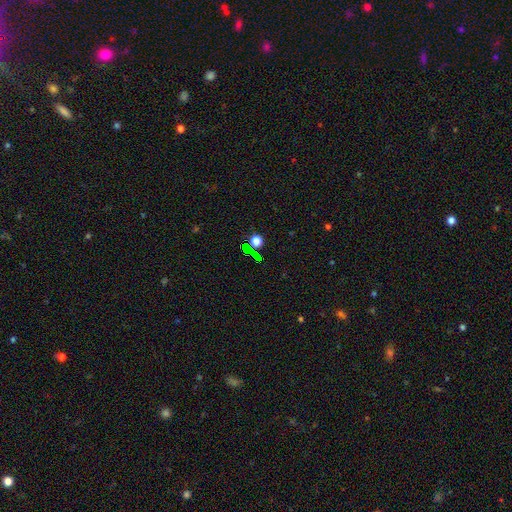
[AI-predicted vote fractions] A star or artifact, not a galaxy (63%).

Vote fractions:
- Smooth or featured? star or artifact: 63% / smooth: 27% / featured or disk: 10%